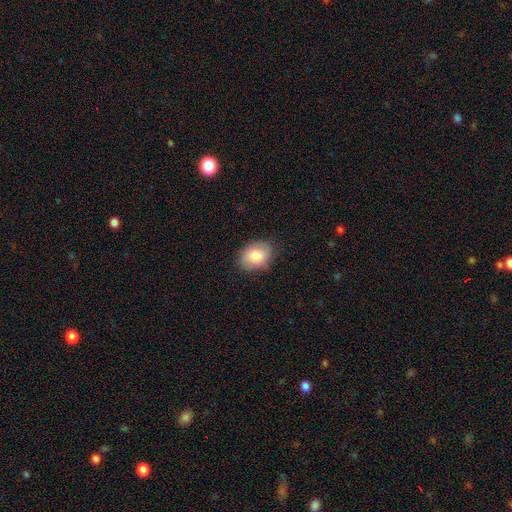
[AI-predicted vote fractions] Morphology: type=smooth (81%); roundness=in between (68%); merging=none (83%).